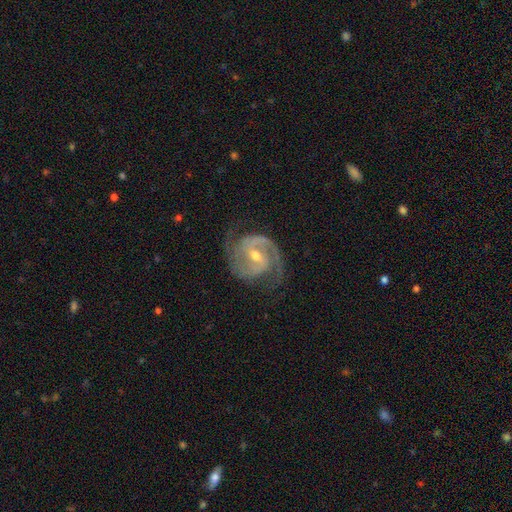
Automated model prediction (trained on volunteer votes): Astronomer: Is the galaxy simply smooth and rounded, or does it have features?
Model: featured or disk — 92%.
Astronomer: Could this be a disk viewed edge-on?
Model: no — 98%.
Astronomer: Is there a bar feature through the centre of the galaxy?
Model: weak — 46% (runner-up: no, 27%).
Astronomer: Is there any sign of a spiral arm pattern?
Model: yes — 98%.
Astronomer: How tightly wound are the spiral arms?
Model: medium — 51% (runner-up: tight, 40%).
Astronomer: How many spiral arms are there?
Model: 2 — 89%.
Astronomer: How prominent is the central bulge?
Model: moderate — 51% (runner-up: small, 46%).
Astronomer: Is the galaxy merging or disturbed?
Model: none — 78%.